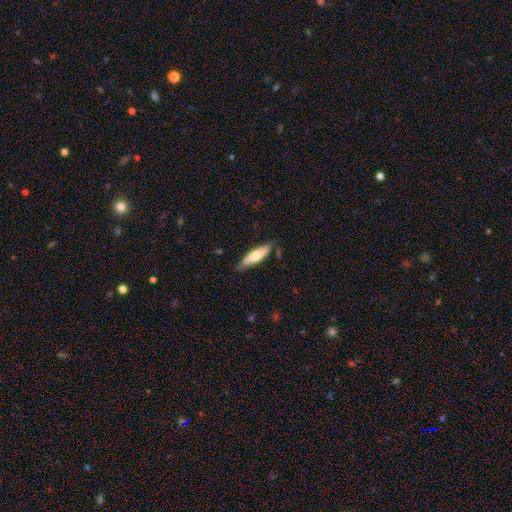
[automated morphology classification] The model was most divided on "how rounded": cigar-shaped: 59%, in between: 39%, round: 2%. More confident: merging — none (77%); smooth or featured — smooth (67%).